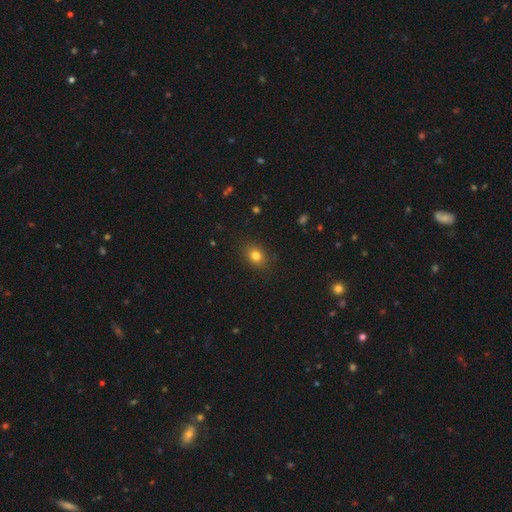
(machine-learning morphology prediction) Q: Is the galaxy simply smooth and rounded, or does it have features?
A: smooth — 81%.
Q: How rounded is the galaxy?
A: in between — 56%.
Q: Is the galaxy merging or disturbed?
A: none — 86%.